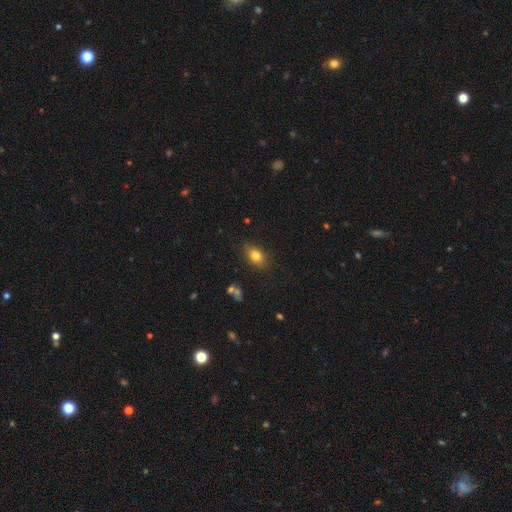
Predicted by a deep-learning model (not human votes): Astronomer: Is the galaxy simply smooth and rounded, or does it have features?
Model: smooth — 78%.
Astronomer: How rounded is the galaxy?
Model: in between — 74%.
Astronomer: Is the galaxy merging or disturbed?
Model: none — 82%.